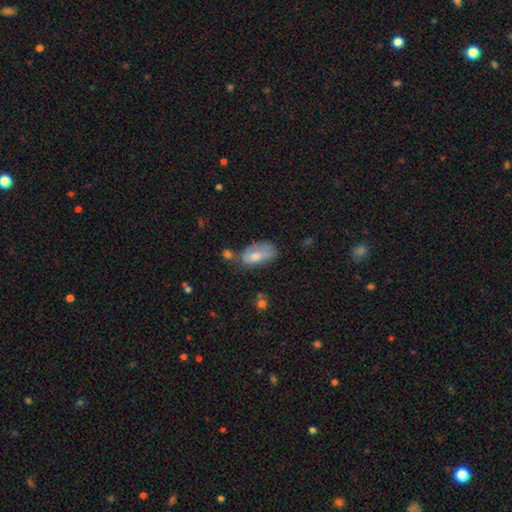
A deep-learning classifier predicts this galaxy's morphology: Smooth or featured? Predicted: smooth (p=0.69). How rounded? Predicted: in between (p=0.90). Merging? Predicted: none (p=0.41).